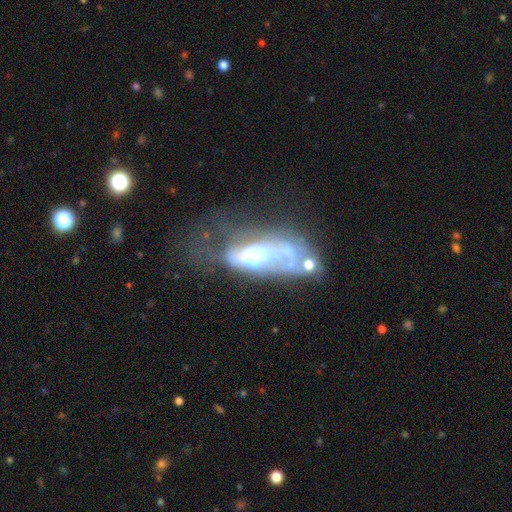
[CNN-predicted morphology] Smooth or featured: featured or disk — 59% (smooth — 28%)
Edge-on disk: no — 92% (yes — 8%)
Bar: no — 77% (weak — 15%)
Spiral arms: no — 82% (yes — 18%)
Bulge size: moderate — 41% (large — 26%)
Merging: major disturbance — 41% (merger — 31%)